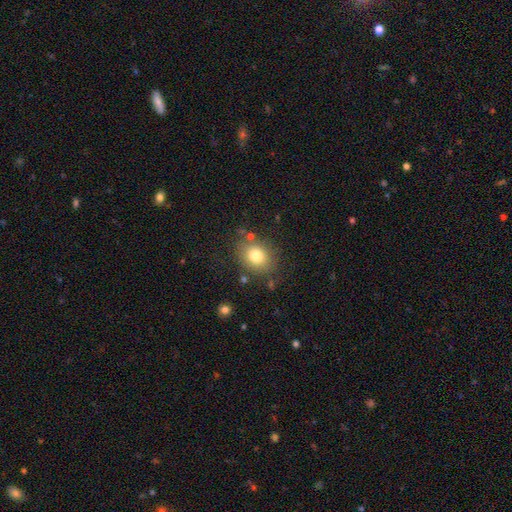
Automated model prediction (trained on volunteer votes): This appears to be a smooth galaxy with no disk features (78%) that is round (53%). Merging: none (77%).